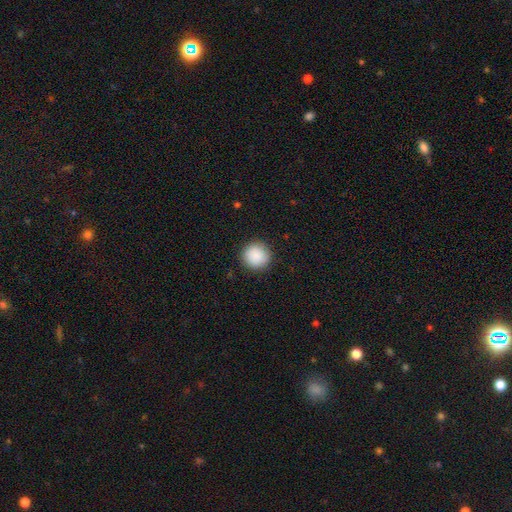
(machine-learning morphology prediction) Q: Smooth or featured?
A: smooth (90%); runner-up: star or artifact (8%)
Q: How rounded?
A: round (95%); runner-up: in between (4%)
Q: Merging?
A: none (91%); runner-up: minor disturbance (6%)